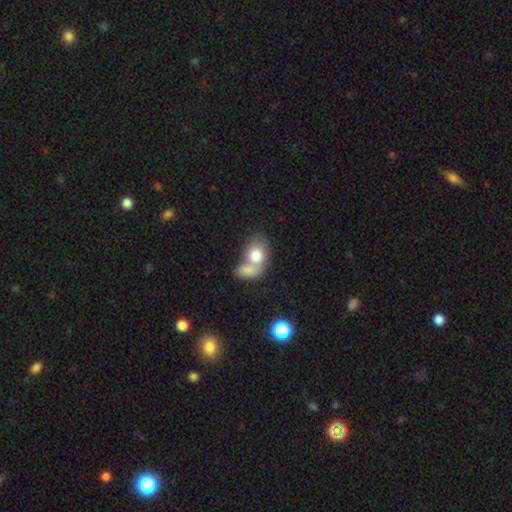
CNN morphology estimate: This is likely a smooth galaxy (75%). How rounded: likely in between (63%). Merging: likely merger (66%).